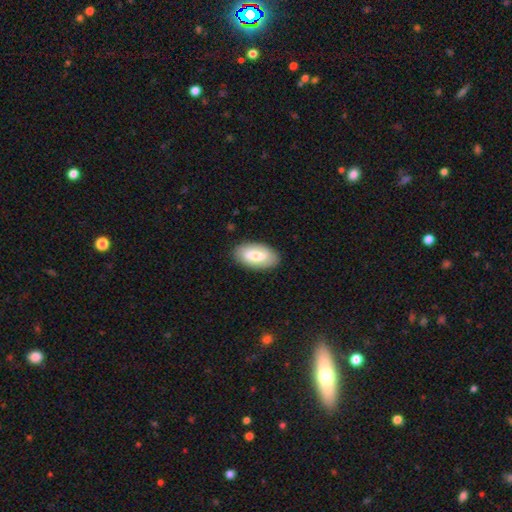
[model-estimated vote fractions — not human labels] The model was most divided on "smooth or featured": smooth: 63%, featured or disk: 31%, star or artifact: 6%. More confident: how rounded — in between (93%); merging — none (86%).